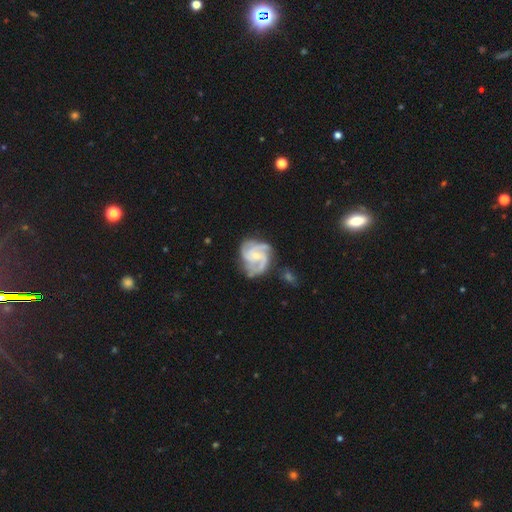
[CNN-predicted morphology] This is clearly a featured or disk galaxy (90%). It is clearly not viewed edge-on (98%). Bar: possibly no (53%). Spiral arm pattern: clearly yes (98%). Spiral arm count: possibly 3 (51%). Spiral winding: possibly medium (49%). Central bulge: likely small (62%). Merging: likely none (64%).